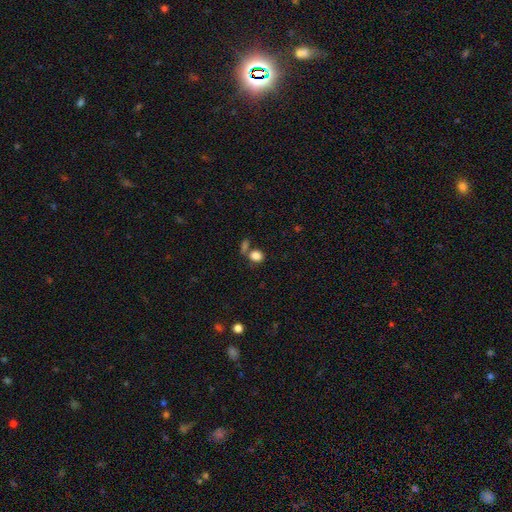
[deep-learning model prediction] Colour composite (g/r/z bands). It shows a smooth galaxy with no disk features (84%) that is round (51%). Merging: none (54%).